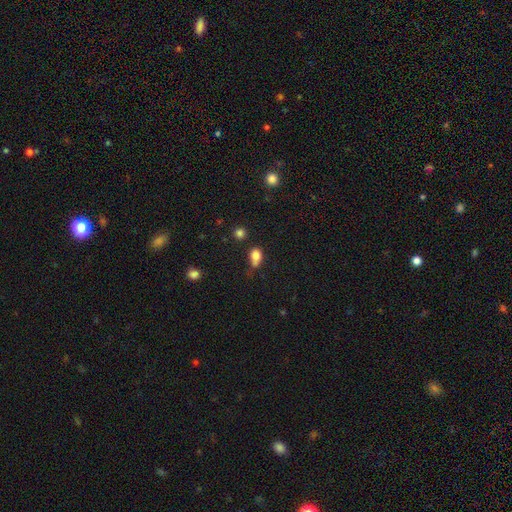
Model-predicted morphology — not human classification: Smooth or featured?
  - smooth: 80% *
  - star or artifact: 11%
  - featured or disk: 8%
How rounded?
  - in between: 66% *
  - round: 31%
  - cigar-shaped: 3%
Merging?
  - none: 42% *
  - minor disturbance: 32%
  - merger: 14%
  - major disturbance: 12%